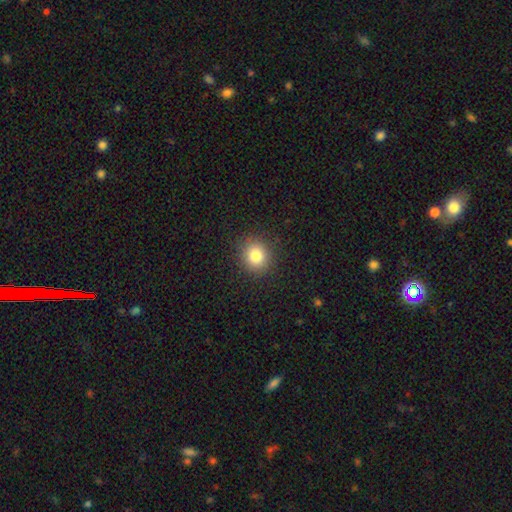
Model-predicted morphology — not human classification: type=smooth (81%); roundness=round (82%); merging=none (89%).